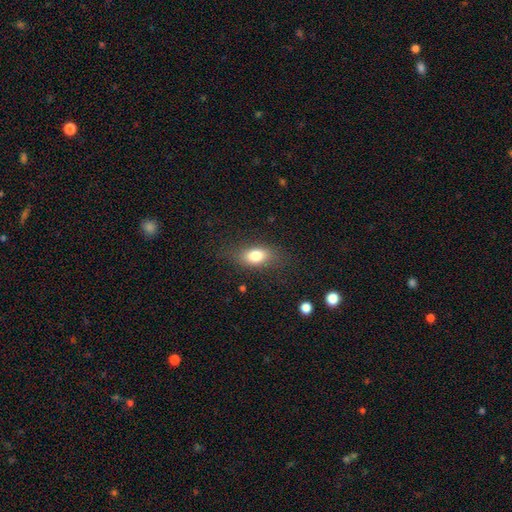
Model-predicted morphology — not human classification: Smooth or featured?
  - smooth: 79% *
  - featured or disk: 12%
  - star or artifact: 9%
How rounded?
  - in between: 82% *
  - round: 13%
  - cigar-shaped: 6%
Merging?
  - none: 77% *
  - minor disturbance: 15%
  - major disturbance: 6%
  - merger: 1%